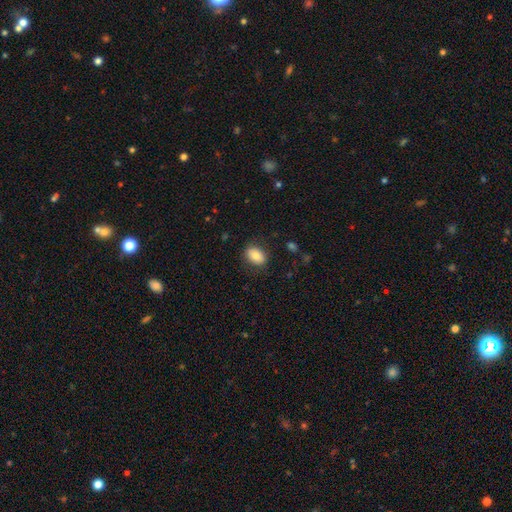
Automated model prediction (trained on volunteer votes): Smooth or featured? smooth (83%)
How rounded? in between (83%)
Merging? none (83%)